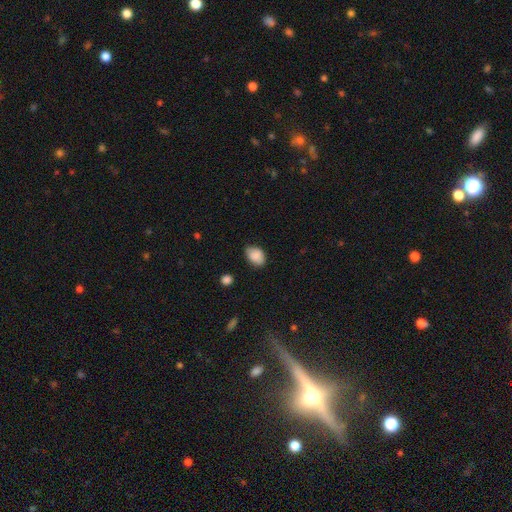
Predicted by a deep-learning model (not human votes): Smooth or featured?
  - smooth: 88% *
  - star or artifact: 7%
  - featured or disk: 5%
How rounded?
  - in between: 83% *
  - round: 16%
  - cigar-shaped: 1%
Merging?
  - none: 74% *
  - minor disturbance: 21%
  - major disturbance: 4%
  - merger: 2%